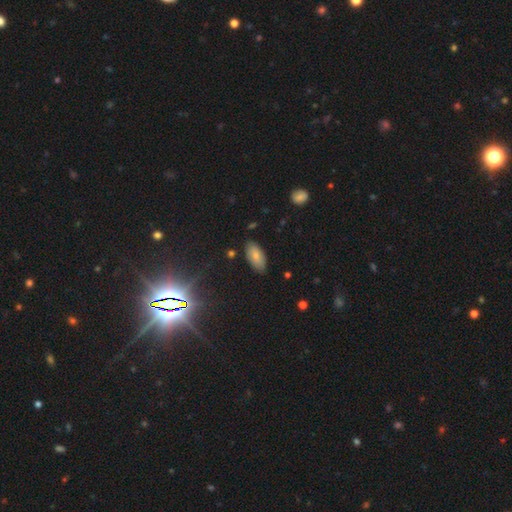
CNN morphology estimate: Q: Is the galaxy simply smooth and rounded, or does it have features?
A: smooth — 77%.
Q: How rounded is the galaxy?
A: in between — 94%.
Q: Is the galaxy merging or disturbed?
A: none — 81%.